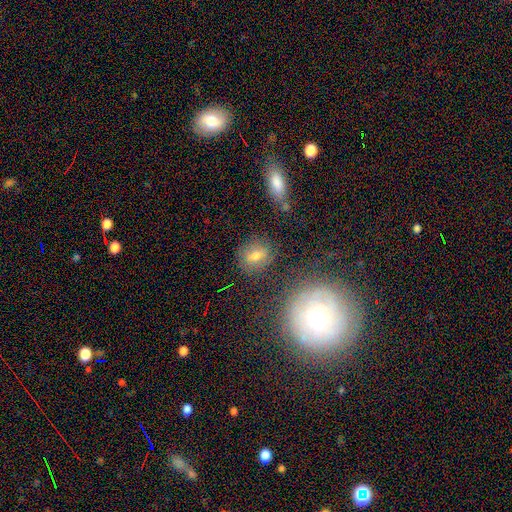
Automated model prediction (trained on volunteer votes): Smooth or featured? Predicted: smooth (p=0.67). How rounded? Predicted: round (p=0.52). Merging? Predicted: none (p=0.80).